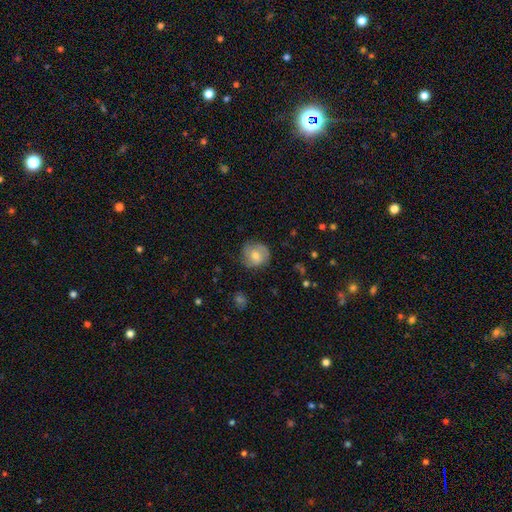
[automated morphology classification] The model was most divided on "smooth or featured": smooth: 49%, featured or disk: 43%, star or artifact: 8%. More confident: merging — none (76%).